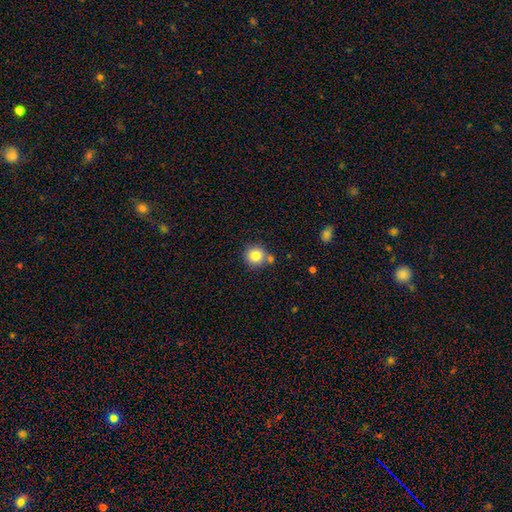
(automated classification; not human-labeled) A smooth galaxy with no disk features (81%) that is round (94%). Merging: none (75%).